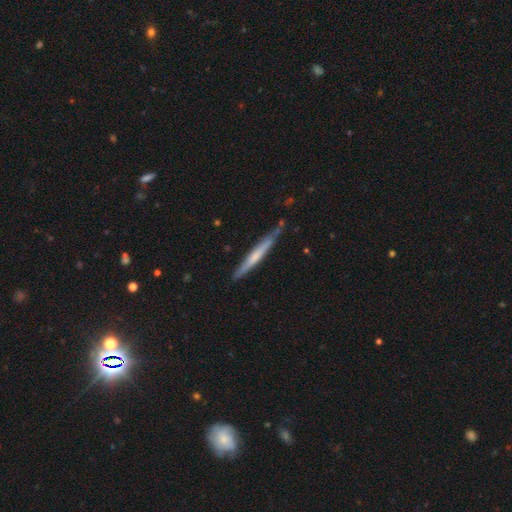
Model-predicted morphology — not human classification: This is possibly a featured or disk galaxy (47%, tied with smooth). Merging: clearly none (81%).